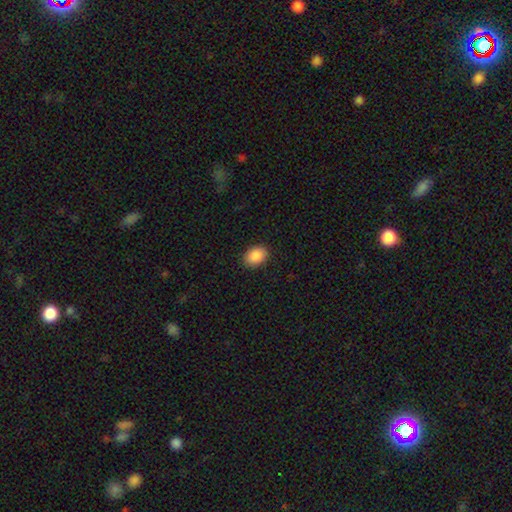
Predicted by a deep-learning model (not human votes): The model was most divided on "how rounded": in between: 77%, round: 22%, cigar-shaped: 1%. More confident: merging — none (89%); smooth or featured — smooth (89%).